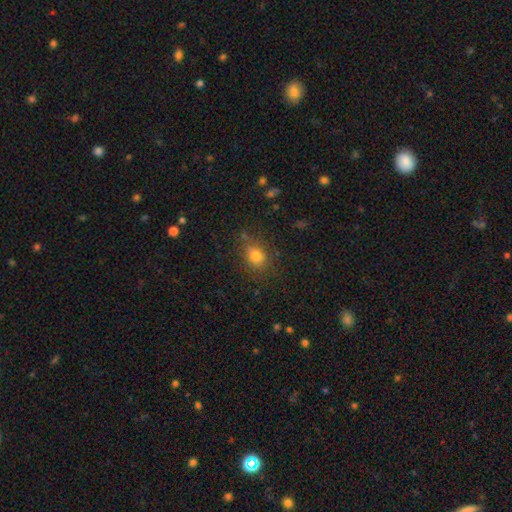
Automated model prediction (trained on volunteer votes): This is likely a smooth galaxy (79%). How rounded: possibly in between (54%). Merging: likely none (74%).